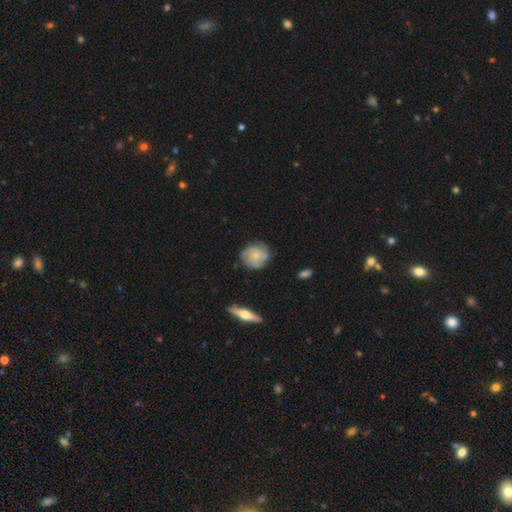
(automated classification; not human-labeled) Morphology: type=featured or disk (47%); merging=none (71%).